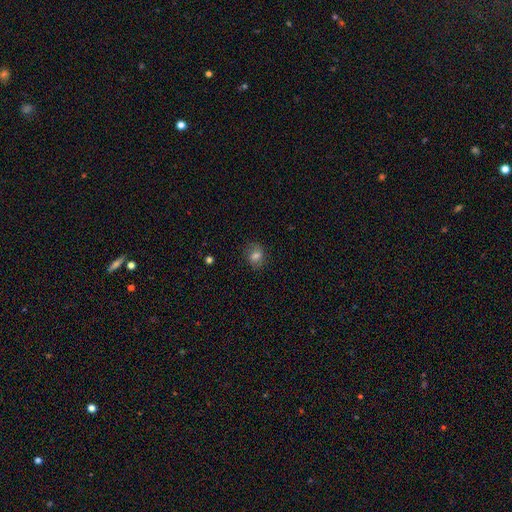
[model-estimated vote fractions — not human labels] smooth 74%, star or artifact 14%, featured or disk 12%. Down the decision tree: how rounded — round (50%); merging — none (80%).